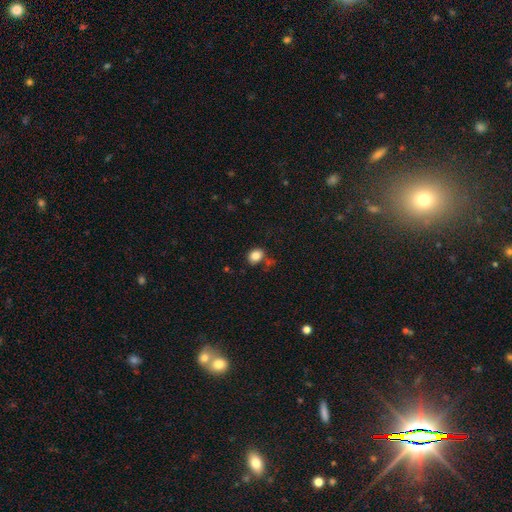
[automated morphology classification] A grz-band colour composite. It shows a smooth galaxy with no disk features (83%) that is in between round and cigar-shaped (53%). Merging: none (70%).